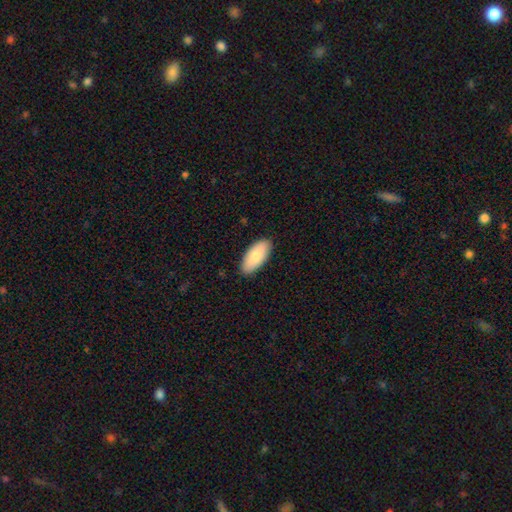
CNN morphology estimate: type=smooth (80%); roundness=in between (91%); merging=none (88%).